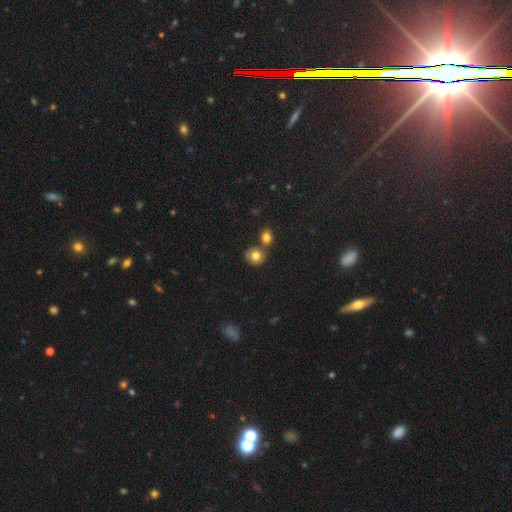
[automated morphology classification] A smooth galaxy with no disk features (79%) that is round (81%).

Vote fractions:
- Smooth or featured? smooth: 79% / featured or disk: 11% / star or artifact: 10%
- How rounded? round: 81% / in between: 18% / cigar-shaped: 1%
- Merging? none: 60% / merger: 27% / minor disturbance: 11% / major disturbance: 3%